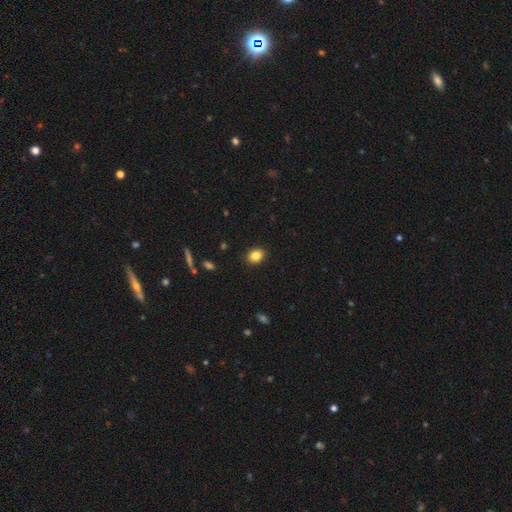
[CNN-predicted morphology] Smooth or featured?
  - smooth: 84% *
  - star or artifact: 9%
  - featured or disk: 6%
How rounded?
  - in between: 62% *
  - round: 36%
  - cigar-shaped: 1%
Merging?
  - none: 90% *
  - minor disturbance: 7%
  - major disturbance: 2%
  - merger: 1%